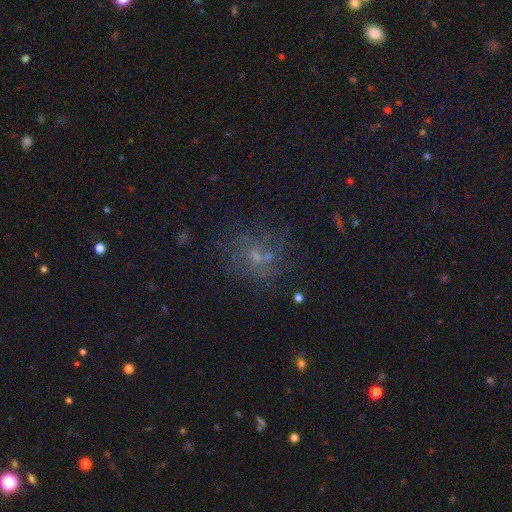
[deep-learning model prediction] Morphology: type=featured or disk (40%); merging=none (63%).